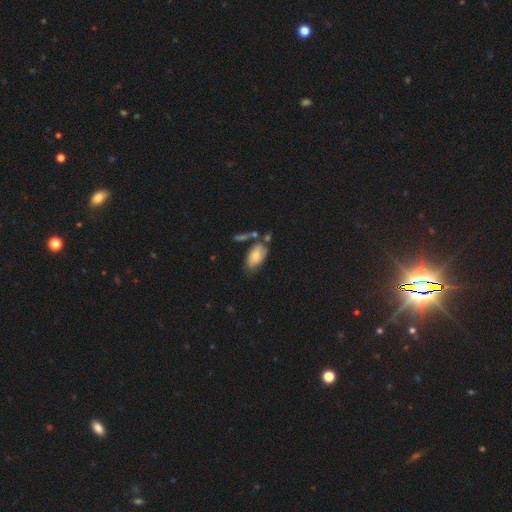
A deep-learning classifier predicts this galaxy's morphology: A smooth galaxy with no disk features (70%) that is in between round and cigar-shaped (92%). Merging: none (50%).